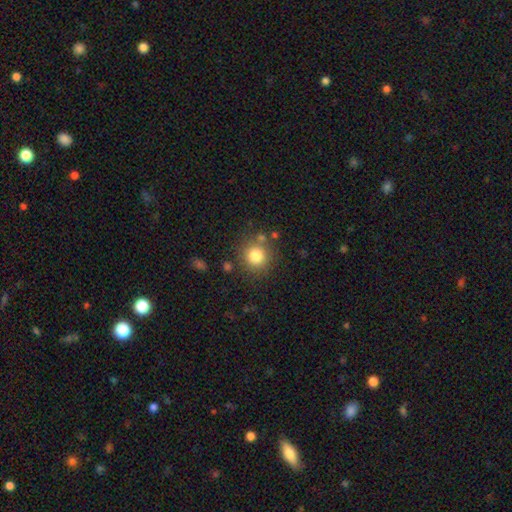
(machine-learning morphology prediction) Q: Smooth or featured?
A: smooth (81%); runner-up: star or artifact (12%)
Q: How rounded?
A: round (92%); runner-up: in between (7%)
Q: Merging?
A: none (80%); runner-up: minor disturbance (10%)